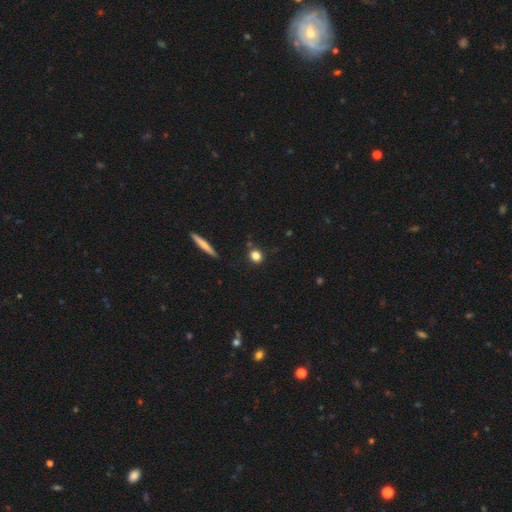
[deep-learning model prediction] Smooth or featured: smooth — 82% (star or artifact — 11%)
How rounded: round — 82% (in between — 14%)
Merging: none — 82% (minor disturbance — 10%)